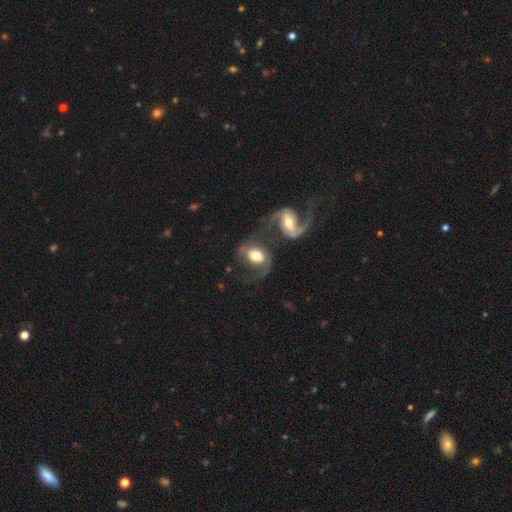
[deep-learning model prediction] Q: Smooth or featured?
A: featured or disk (65%); runner-up: smooth (28%)
Q: Edge-on disk?
A: no (96%); runner-up: yes (4%)
Q: Bar?
A: no (47%); runner-up: weak (34%)
Q: Spiral arms?
A: yes (87%); runner-up: no (13%)
Q: Spiral winding?
A: loose (46%); runner-up: medium (42%)
Q: Spiral arm count?
A: 2 (80%); runner-up: 1 (11%)
Q: Bulge size?
A: moderate (55%); runner-up: large (28%)
Q: Merging?
A: merger (51%); runner-up: none (24%)